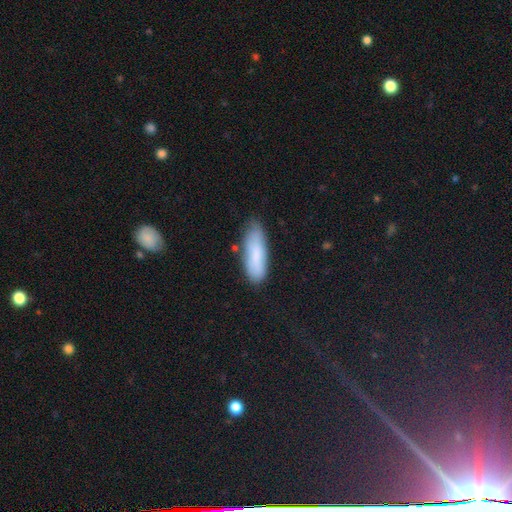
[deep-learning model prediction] smooth-or-featured: smooth: 81% | featured or disk: 12% | star or artifact: 7%
  how-rounded: in between: 54% | cigar-shaped: 44% | round: 2%
  merging: none: 72% | minor disturbance: 21% | major disturbance: 4% | merger: 3%